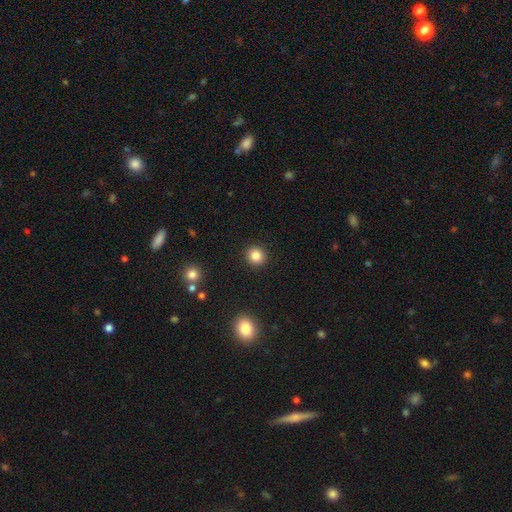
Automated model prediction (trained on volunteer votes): smooth-or-featured: smooth: 84% | star or artifact: 11% | featured or disk: 5%
  how-rounded: round: 91% | in between: 8% | cigar-shaped: 1%
  merging: none: 92% | minor disturbance: 5% | major disturbance: 2% | merger: 1%